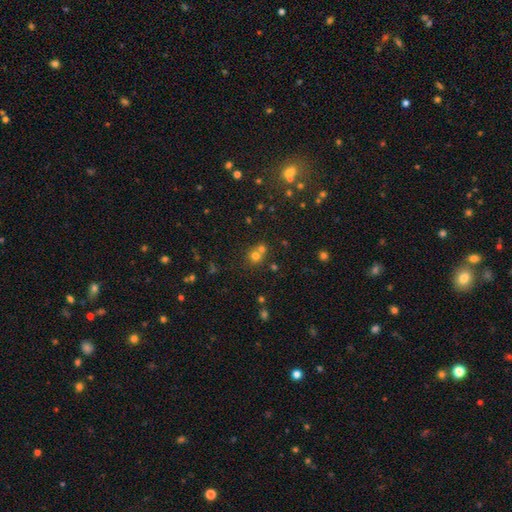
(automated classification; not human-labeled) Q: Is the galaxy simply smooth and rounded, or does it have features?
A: smooth — 66%.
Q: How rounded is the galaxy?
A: round — 86%.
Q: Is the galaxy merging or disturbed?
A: none — 49%.